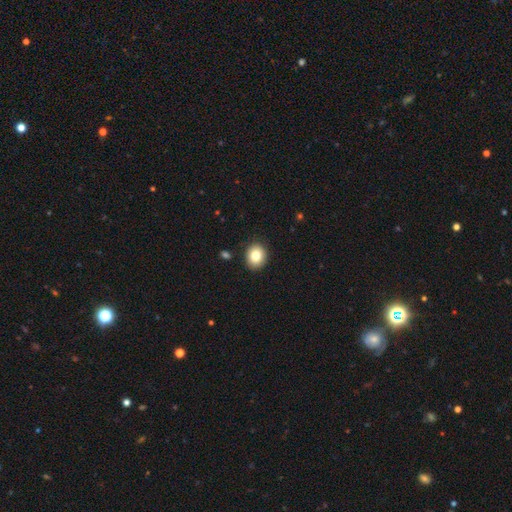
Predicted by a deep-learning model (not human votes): This appears to be a smooth galaxy with no disk features (82%) that is round (65%). Merging: none (89%).